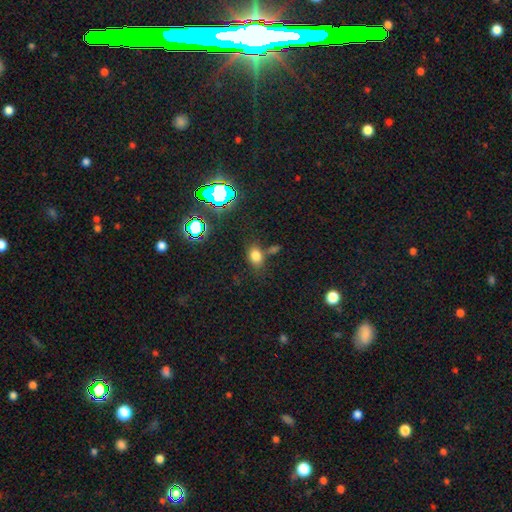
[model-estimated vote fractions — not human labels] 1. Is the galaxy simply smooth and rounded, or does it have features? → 72% smooth, 20% star or artifact, 8% featured or disk.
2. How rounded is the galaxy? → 69% in between, 30% round, 2% cigar-shaped.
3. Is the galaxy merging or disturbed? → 67% none, 14% minor disturbance, 14% merger, 5% major disturbance.